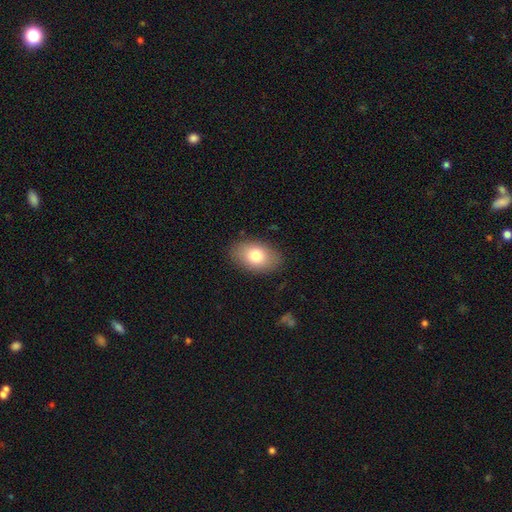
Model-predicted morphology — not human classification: A smooth galaxy with no disk features (79%) that is in between round and cigar-shaped (88%). Merging: none (86%).